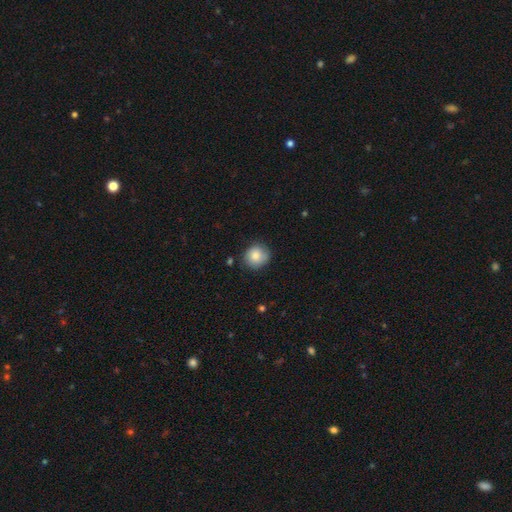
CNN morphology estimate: A smooth galaxy with no disk features (82%) that is round (87%). Merging: none (79%).